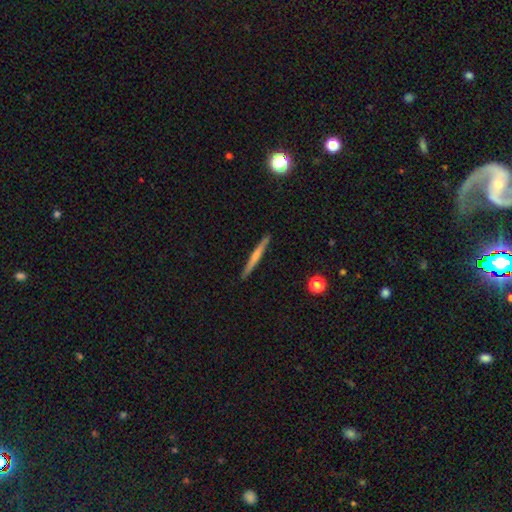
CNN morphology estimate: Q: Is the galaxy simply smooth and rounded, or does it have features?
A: smooth — 50%.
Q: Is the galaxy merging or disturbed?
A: none — 90%.